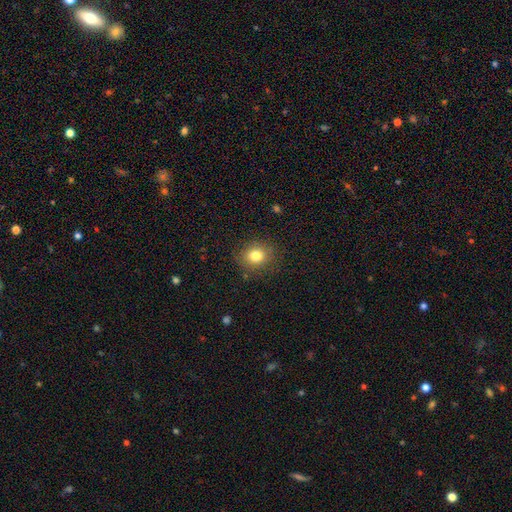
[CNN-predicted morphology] Smooth or featured?
  - smooth: 80% *
  - star or artifact: 11%
  - featured or disk: 9%
How rounded?
  - round: 74% *
  - in between: 25%
  - cigar-shaped: 1%
Merging?
  - none: 85% *
  - minor disturbance: 10%
  - major disturbance: 3%
  - merger: 1%